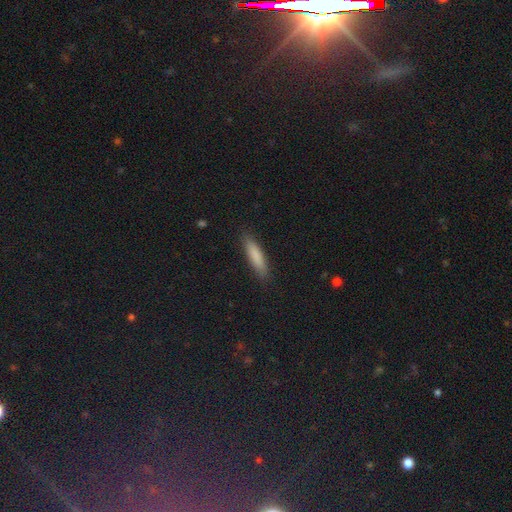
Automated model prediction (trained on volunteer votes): smooth_or_featured: smooth (p=0.83) [alt: featured or disk p=0.11]
how_rounded: cigar-shaped (p=0.80) [alt: in between p=0.19]
merging: none (p=0.88) [alt: minor disturbance p=0.09]